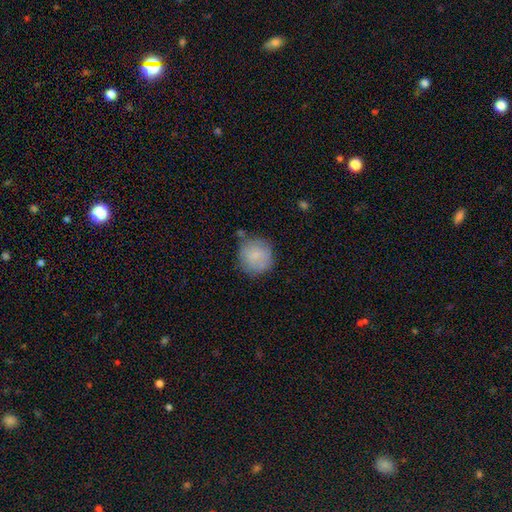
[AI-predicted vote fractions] Morphology: type=smooth (79%); roundness=round (92%); merging=none (70%).